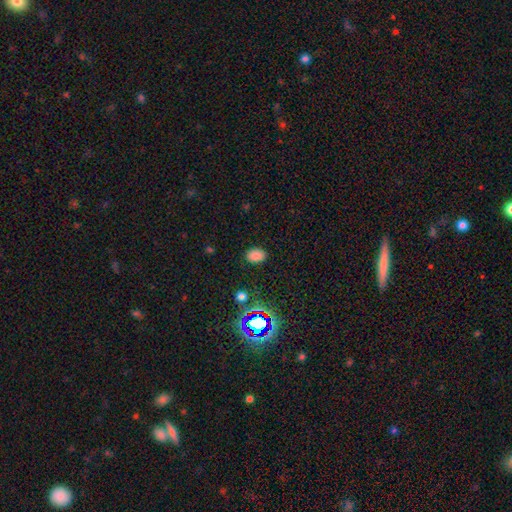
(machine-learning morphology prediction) Smooth or featured: smooth — 77% (star or artifact — 18%)
How rounded: in between — 85% (round — 14%)
Merging: none — 86% (minor disturbance — 10%)